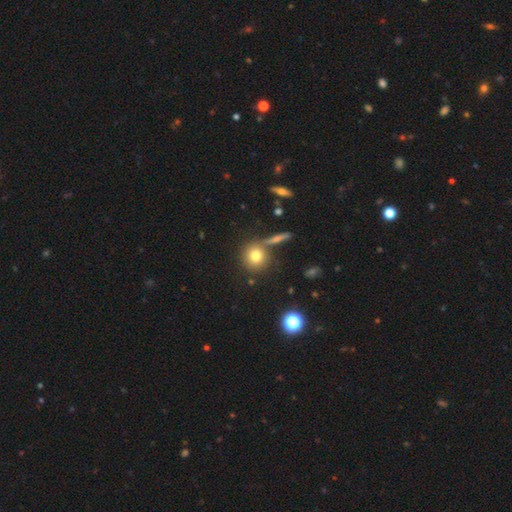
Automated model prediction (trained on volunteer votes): Smooth or featured: smooth — 76% (star or artifact — 12%)
How rounded: round — 88% (in between — 11%)
Merging: none — 74% (merger — 13%)